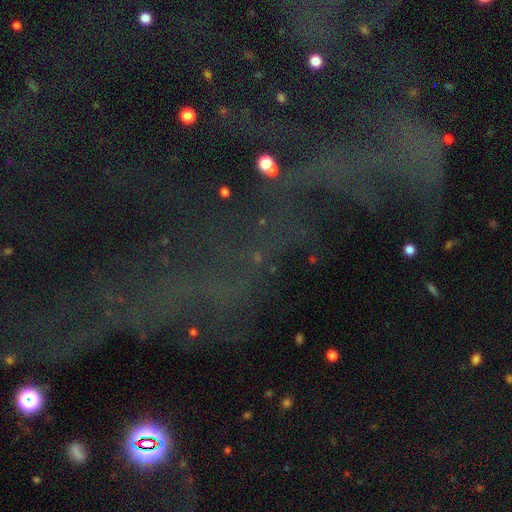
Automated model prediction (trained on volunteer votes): Overall: star or artifact (75%).